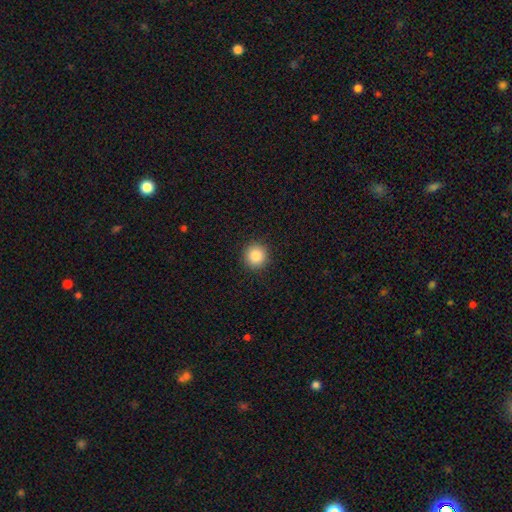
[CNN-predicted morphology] smooth 85%, star or artifact 10%, featured or disk 5%. Down the decision tree: how rounded — round (94%); merging — none (92%).